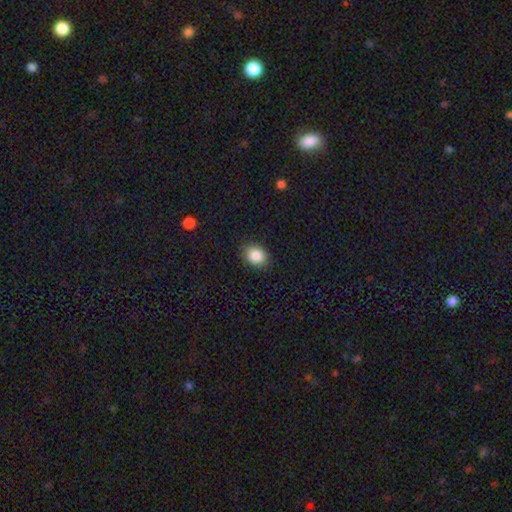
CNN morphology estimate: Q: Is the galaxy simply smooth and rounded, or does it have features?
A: smooth — 87%.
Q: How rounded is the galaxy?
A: in between — 59%.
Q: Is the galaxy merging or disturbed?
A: none — 88%.